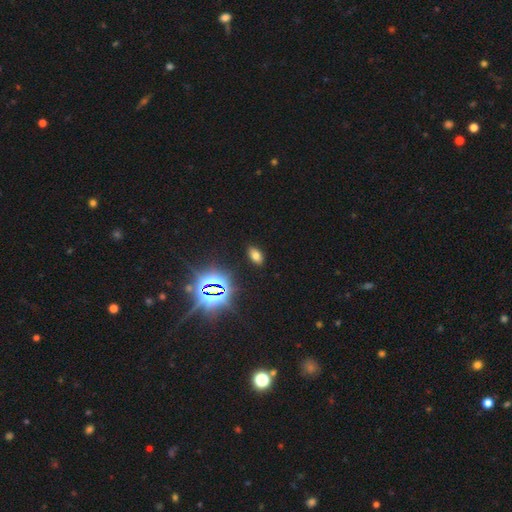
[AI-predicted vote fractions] smooth_or_featured: smooth (p=0.61) [alt: star or artifact p=0.30]
how_rounded: in between (p=0.90) [alt: round p=0.06]
merging: none (p=0.89) [alt: minor disturbance p=0.07]